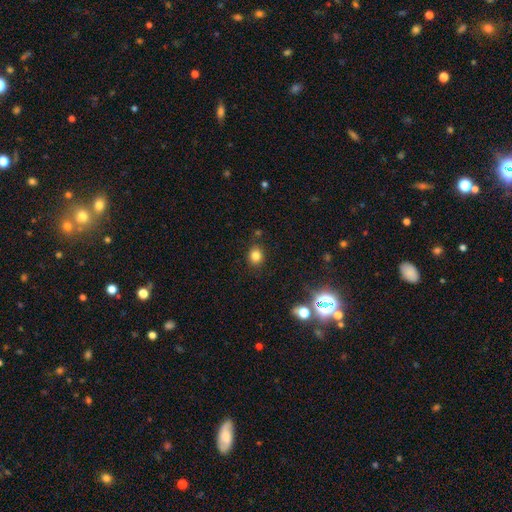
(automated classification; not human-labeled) smooth-or-featured: smooth: 80% | star or artifact: 14% | featured or disk: 6%
  how-rounded: round: 71% | in between: 28% | cigar-shaped: 1%
  merging: none: 84% | minor disturbance: 10% | major disturbance: 3% | merger: 3%